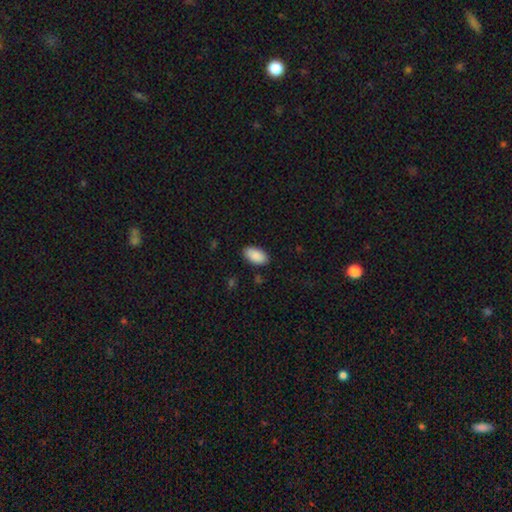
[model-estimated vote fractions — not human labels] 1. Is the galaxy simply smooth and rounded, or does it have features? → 90% smooth, 6% star or artifact, 4% featured or disk.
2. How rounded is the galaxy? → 95% in between, 3% round, 2% cigar-shaped.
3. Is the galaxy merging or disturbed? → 87% none, 10% minor disturbance, 2% major disturbance, 1% merger.